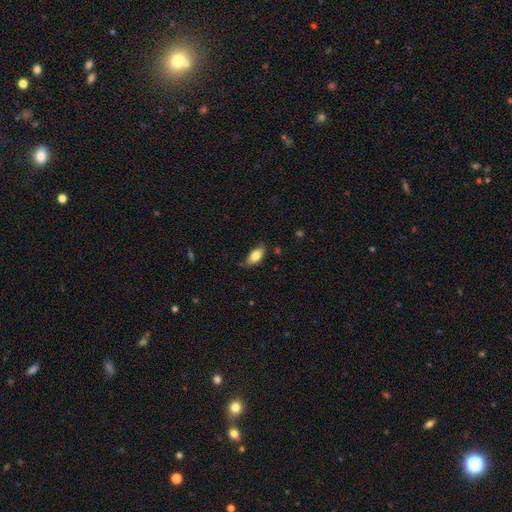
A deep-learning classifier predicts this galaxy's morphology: This appears to be a smooth galaxy with no disk features (78%) that is in between round and cigar-shaped (88%). Merging: none (62%).